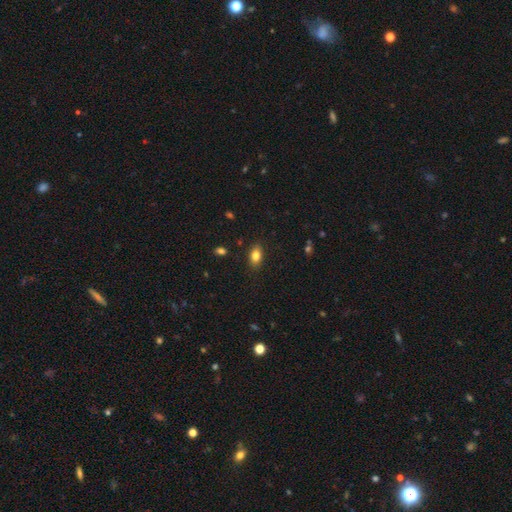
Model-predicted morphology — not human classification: This is clearly a smooth galaxy (82%). How rounded: clearly in between (85%). Merging: clearly none (85%).